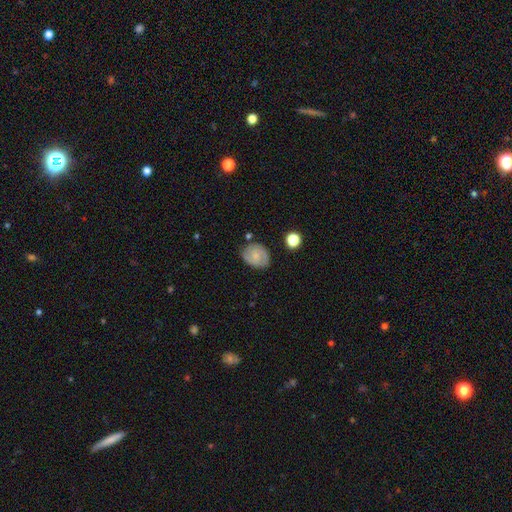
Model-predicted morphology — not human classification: Smooth or featured: smooth — 48% (featured or disk — 43%)
Merging: none — 73% (minor disturbance — 19%)